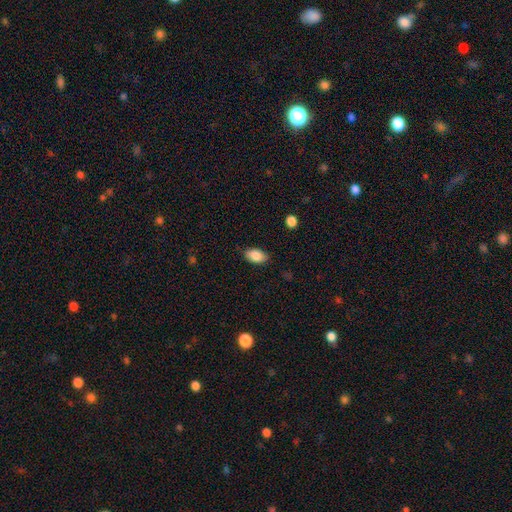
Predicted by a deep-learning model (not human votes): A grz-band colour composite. It shows a smooth galaxy with no disk features (87%) that is in between round and cigar-shaped (92%). Merging: none (84%).